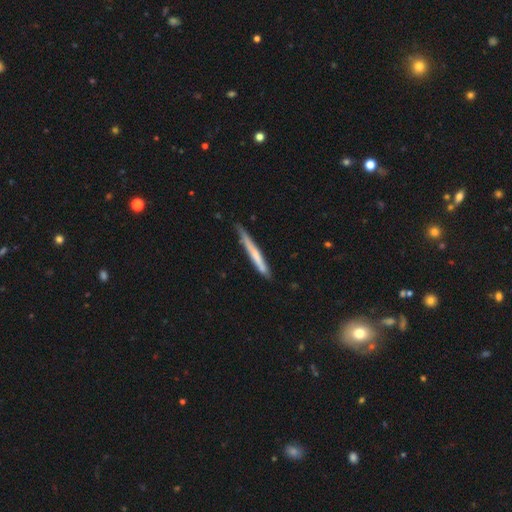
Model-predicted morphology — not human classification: smooth 54%, featured or disk 40%, star or artifact 6%. Down the decision tree: how rounded — cigar-shaped (96%); merging — none (72%).